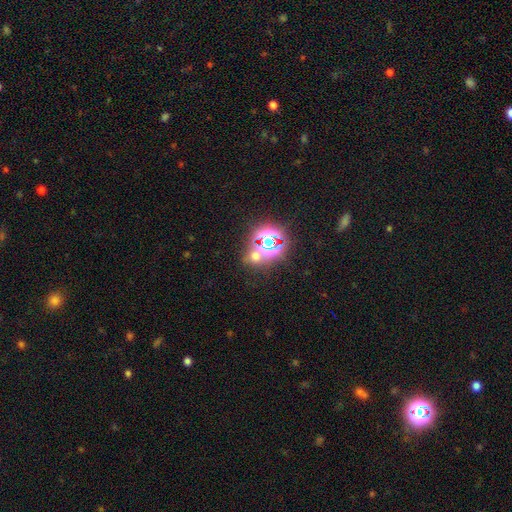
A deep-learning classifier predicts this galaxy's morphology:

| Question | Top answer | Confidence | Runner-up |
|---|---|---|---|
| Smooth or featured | star or artifact | 59% | smooth (32%) |